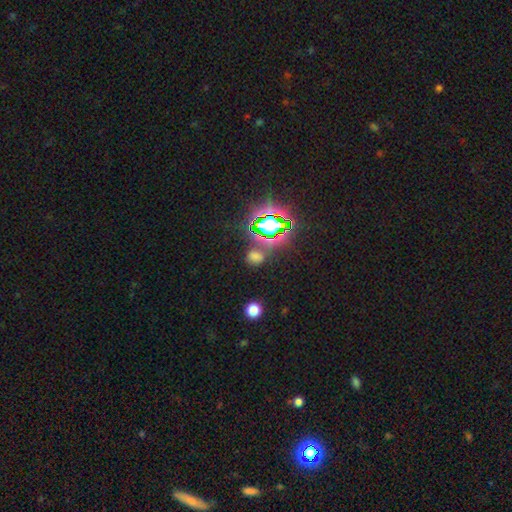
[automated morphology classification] A star or artifact, not a galaxy (46%, tied with smooth).

Vote fractions:
- Smooth or featured? star or artifact: 46% (tied) / smooth: 46% (tied) / featured or disk: 8%